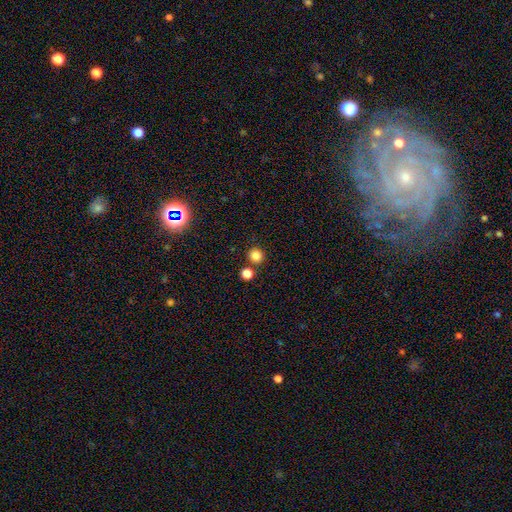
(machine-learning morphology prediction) The model was most divided on "smooth or featured": smooth: 83%, star or artifact: 13%, featured or disk: 4%. More confident: how rounded — round (91%); merging — none (81%).